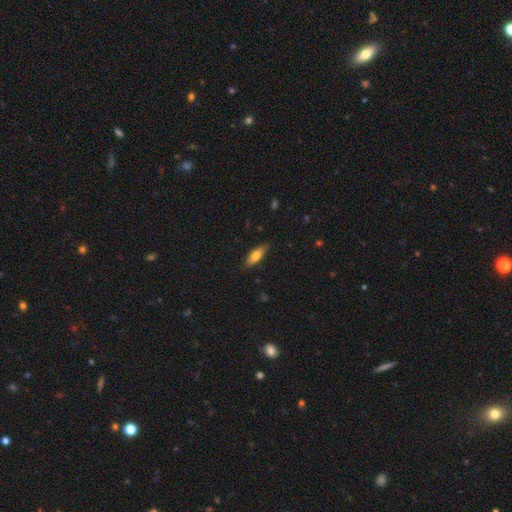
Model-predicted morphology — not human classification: Smooth or featured: smooth — 68% (featured or disk — 25%)
How rounded: in between — 61% (cigar-shaped — 37%)
Merging: none — 84% (minor disturbance — 13%)